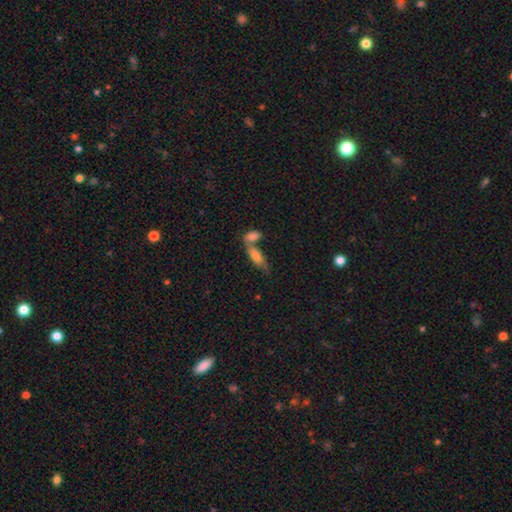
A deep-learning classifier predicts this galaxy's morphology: Smooth or featured? smooth (73%)
How rounded? in between (65%)
Merging? merger (47%)